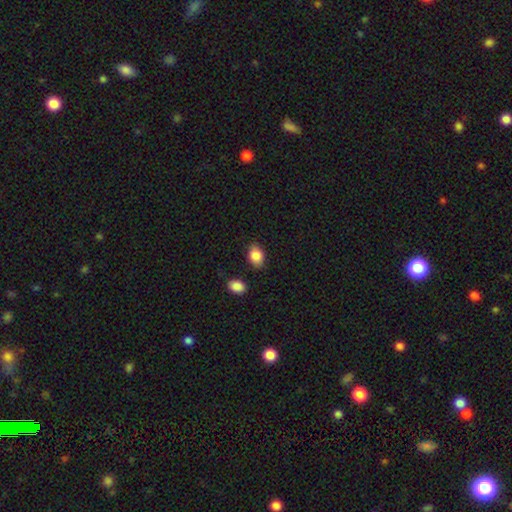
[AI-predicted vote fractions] Smooth or featured? Predicted: smooth (p=0.86). How rounded? Predicted: in between (p=0.79). Merging? Predicted: none (p=0.81).